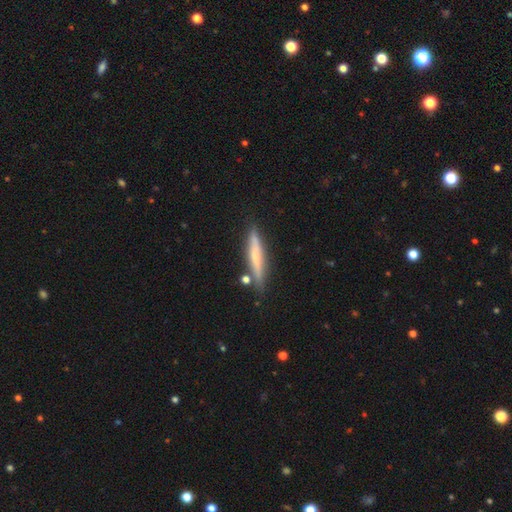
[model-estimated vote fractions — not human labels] Morphology: type=featured or disk (49%); merging=none (81%).